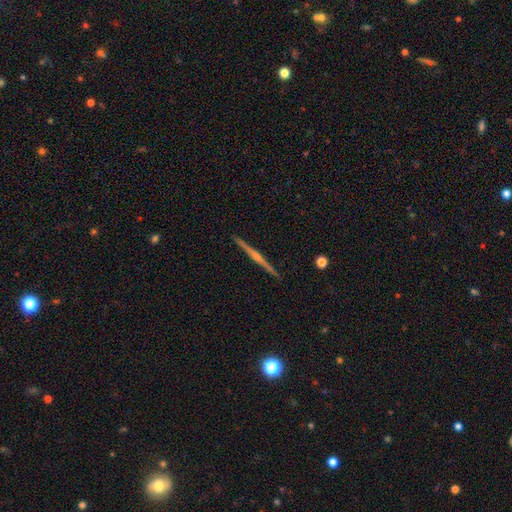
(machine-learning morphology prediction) Smooth or featured?
  - featured or disk: 70% *
  - smooth: 19%
  - star or artifact: 11%
Edge-on disk?
  - yes: 96% *
  - no: 4%
Edge-on bulge?
  - rounded: 63% *
  - none: 27%
  - boxy: 10%
Merging?
  - none: 89% *
  - minor disturbance: 7%
  - major disturbance: 2%
  - merger: 2%